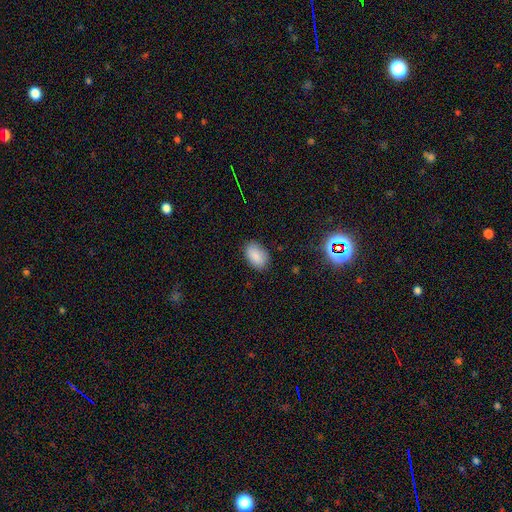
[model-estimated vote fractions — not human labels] smooth-or-featured: smooth: 87% | star or artifact: 9% | featured or disk: 5%
  how-rounded: in between: 89% | round: 10% | cigar-shaped: 1%
  merging: none: 82% | minor disturbance: 13% | major disturbance: 3% | merger: 1%